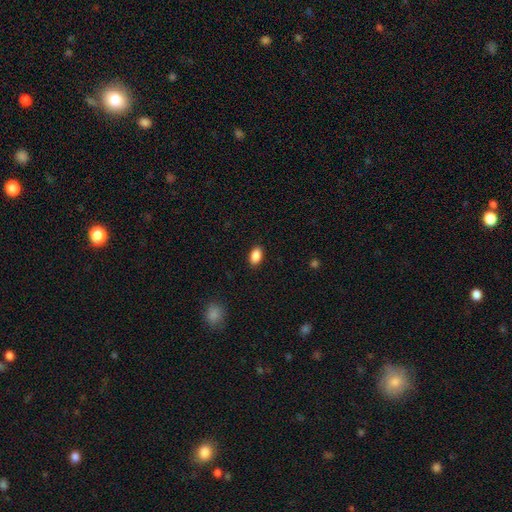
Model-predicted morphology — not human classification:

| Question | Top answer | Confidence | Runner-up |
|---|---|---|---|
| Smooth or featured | smooth | 88% | star or artifact (8%) |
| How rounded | in between | 90% | round (8%) |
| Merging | none | 89% | minor disturbance (8%) |